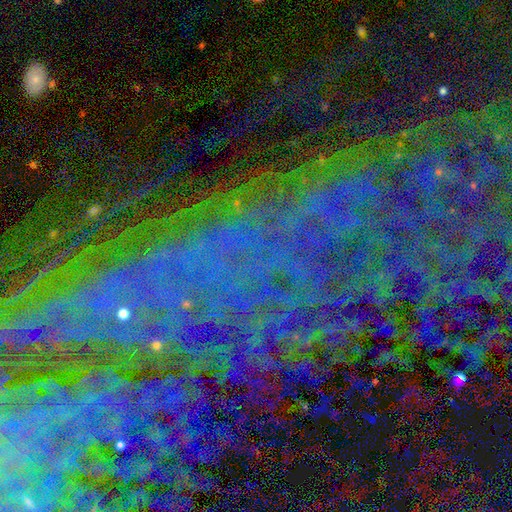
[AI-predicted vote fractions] Smooth or featured: star or artifact — 76% (featured or disk — 14%)